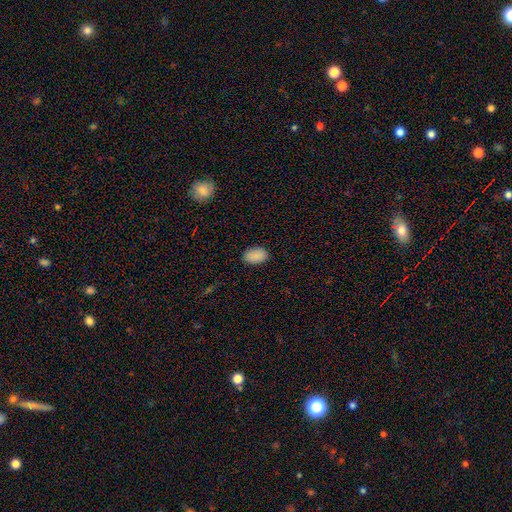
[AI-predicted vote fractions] Overall: smooth (89%). How rounded: in between (92%). Merging: none (88%).